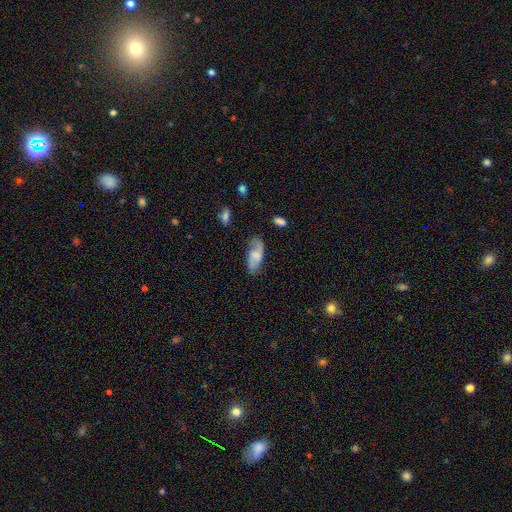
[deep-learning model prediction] smooth_or_featured: smooth (p=0.52) [alt: featured or disk p=0.41]
how_rounded: in between (p=0.83) [alt: cigar-shaped p=0.14]
merging: none (p=0.67) [alt: minor disturbance p=0.24]